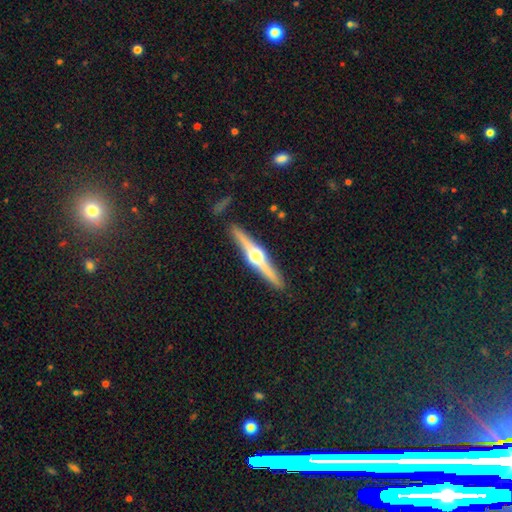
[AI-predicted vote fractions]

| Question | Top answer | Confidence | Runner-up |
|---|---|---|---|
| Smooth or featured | featured or disk | 81% | smooth (14%) |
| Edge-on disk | yes | 98% | no (2%) |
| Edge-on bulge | rounded | 96% | boxy (3%) |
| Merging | none | 90% | minor disturbance (7%) |